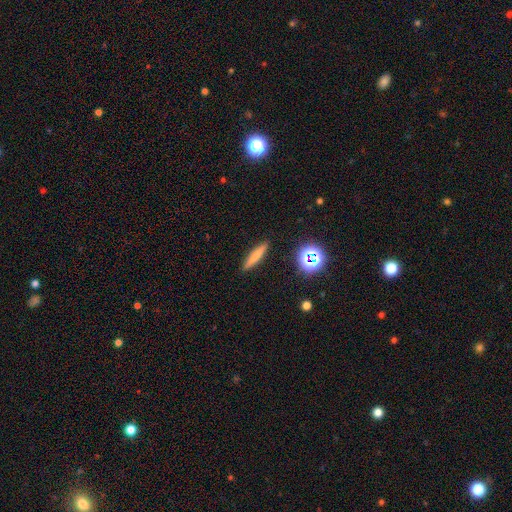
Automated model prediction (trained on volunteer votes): Smooth or featured? Predicted: smooth (p=0.69). How rounded? Predicted: cigar-shaped (p=0.90). Merging? Predicted: none (p=0.91).